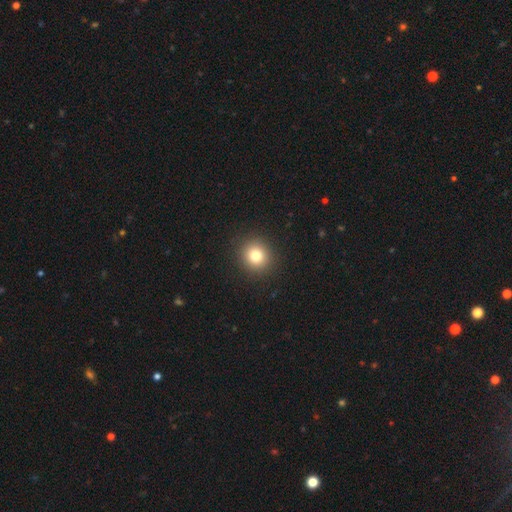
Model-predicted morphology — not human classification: Smooth or featured: smooth — 80% (star or artifact — 12%)
How rounded: round — 89% (in between — 10%)
Merging: none — 92% (minor disturbance — 5%)